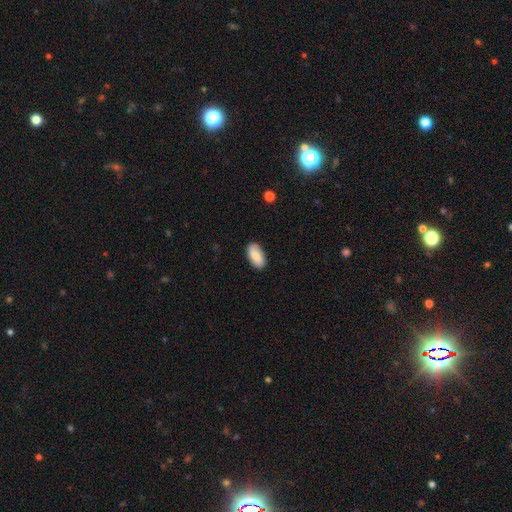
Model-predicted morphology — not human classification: Smooth or featured: smooth — 80% (featured or disk — 14%)
How rounded: in between — 93% (cigar-shaped — 4%)
Merging: none — 86% (minor disturbance — 11%)